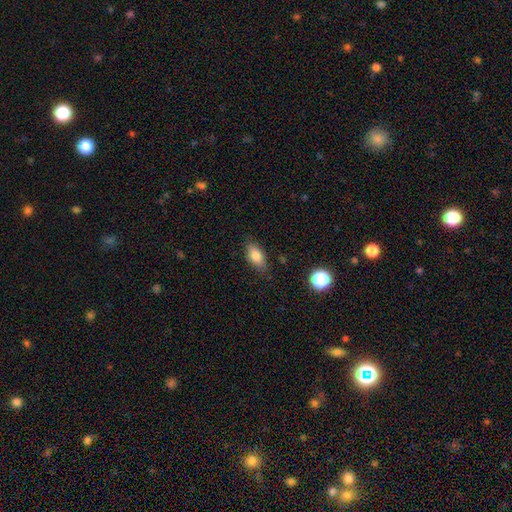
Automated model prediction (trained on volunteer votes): A smooth galaxy with no disk features (81%) that is in between round and cigar-shaped (85%).

Vote fractions:
- Smooth or featured? smooth: 81% / featured or disk: 11% / star or artifact: 8%
- How rounded? in between: 85% / cigar-shaped: 9% / round: 6%
- Merging? none: 82% / minor disturbance: 14% / major disturbance: 3% / merger: 1%